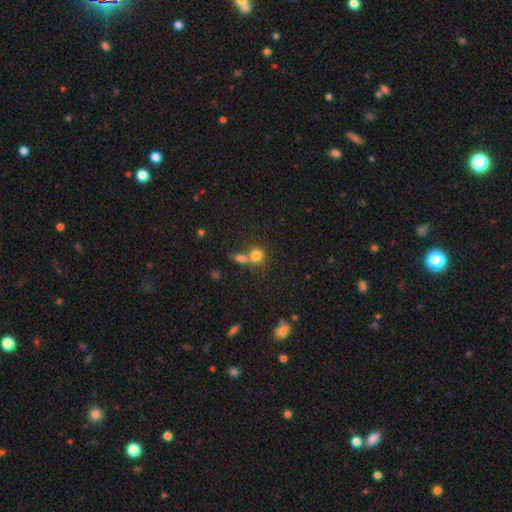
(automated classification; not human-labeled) A smooth galaxy with no disk features (78%) that is round (70%).

Vote fractions:
- Smooth or featured? smooth: 78% / star or artifact: 12% / featured or disk: 10%
- How rounded? round: 70% / in between: 28% / cigar-shaped: 2%
- Merging? merger: 51% / none: 35% / minor disturbance: 8% / major disturbance: 5%